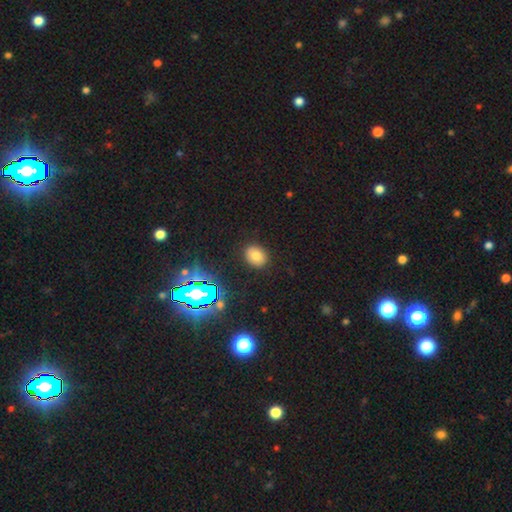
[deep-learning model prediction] Morphology: type=smooth (71%); roundness=in between (53%); merging=none (87%).